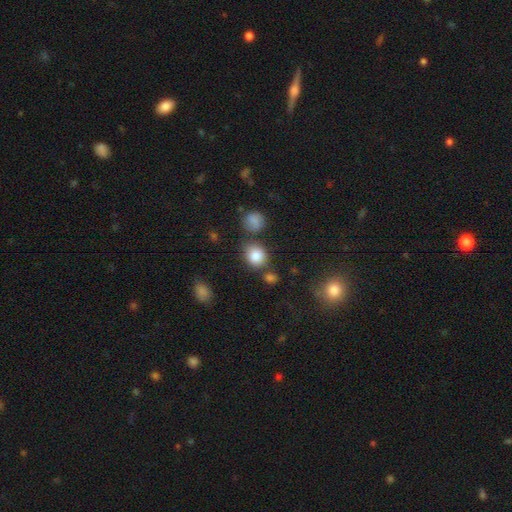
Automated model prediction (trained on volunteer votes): A smooth galaxy with no disk features (84%) that is round (67%).

Vote fractions:
- Smooth or featured? smooth: 84% / star or artifact: 10% / featured or disk: 5%
- How rounded? round: 67% / in between: 32% / cigar-shaped: 1%
- Merging? none: 69% / minor disturbance: 14% / merger: 12% / major disturbance: 5%